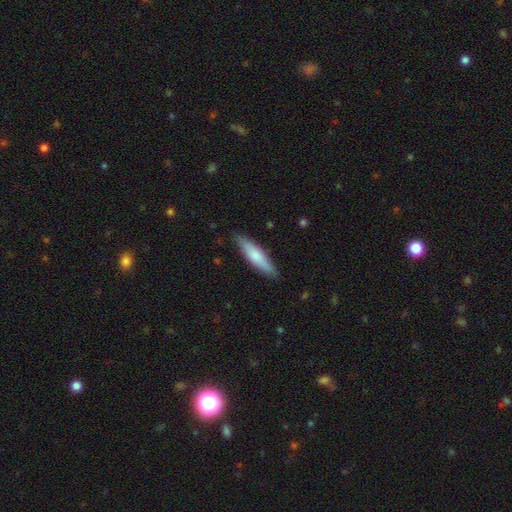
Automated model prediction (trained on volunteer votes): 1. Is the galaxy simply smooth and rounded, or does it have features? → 67% smooth, 28% featured or disk, 5% star or artifact.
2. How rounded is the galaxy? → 80% cigar-shaped, 19% in between, 1% round.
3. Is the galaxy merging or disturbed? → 86% none, 11% minor disturbance, 2% major disturbance, 1% merger.